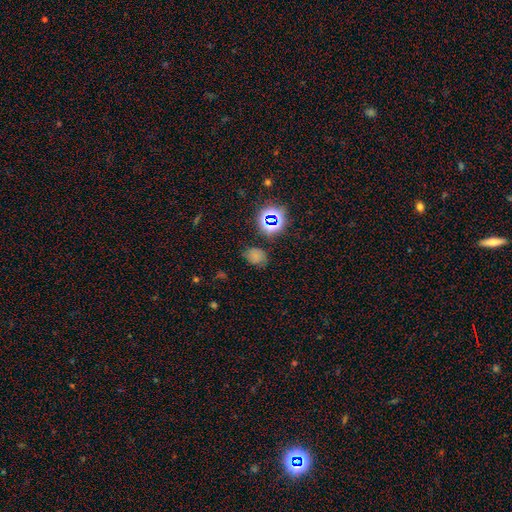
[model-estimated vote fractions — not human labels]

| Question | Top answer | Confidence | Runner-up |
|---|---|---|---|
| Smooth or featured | smooth | 63% | star or artifact (28%) |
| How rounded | in between | 57% | round (42%) |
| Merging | none | 68% | minor disturbance (22%) |